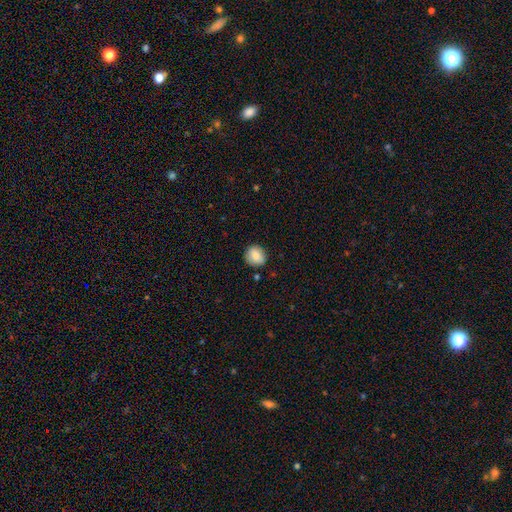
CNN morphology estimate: smooth 84%, star or artifact 8%, featured or disk 7%. Down the decision tree: how rounded — round (82%); merging — none (85%).